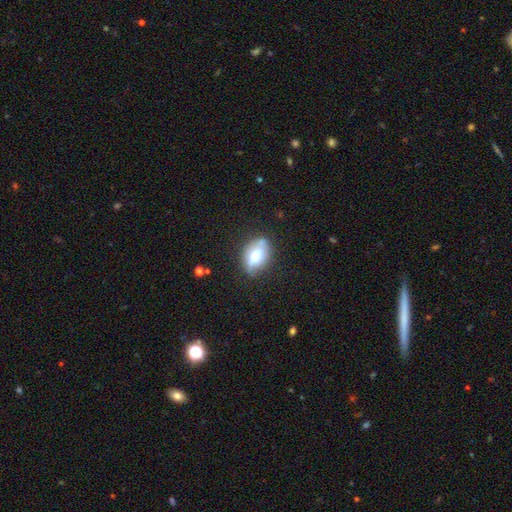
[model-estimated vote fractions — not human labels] A smooth galaxy with no disk features (57%) that is in between round and cigar-shaped (81%).

Vote fractions:
- Smooth or featured? smooth: 57% / featured or disk: 35% / star or artifact: 8%
- How rounded? in between: 81% / round: 16% / cigar-shaped: 4%
- Merging? none: 65% / minor disturbance: 23% / major disturbance: 6% / merger: 6%